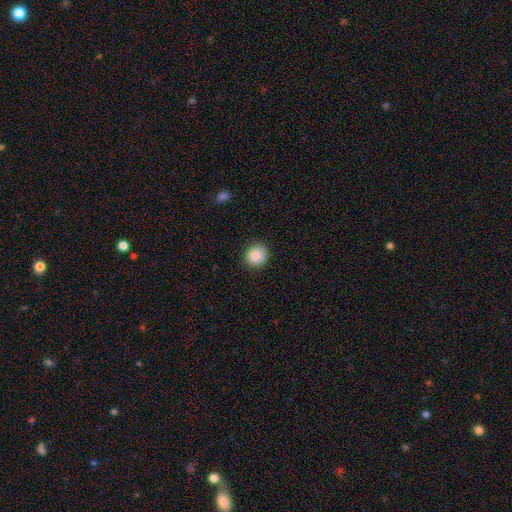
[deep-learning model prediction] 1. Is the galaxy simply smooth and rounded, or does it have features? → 86% smooth, 9% star or artifact, 6% featured or disk.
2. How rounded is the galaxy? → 86% round, 13% in between, 1% cigar-shaped.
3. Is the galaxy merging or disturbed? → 84% none, 13% minor disturbance, 3% major disturbance, 1% merger.